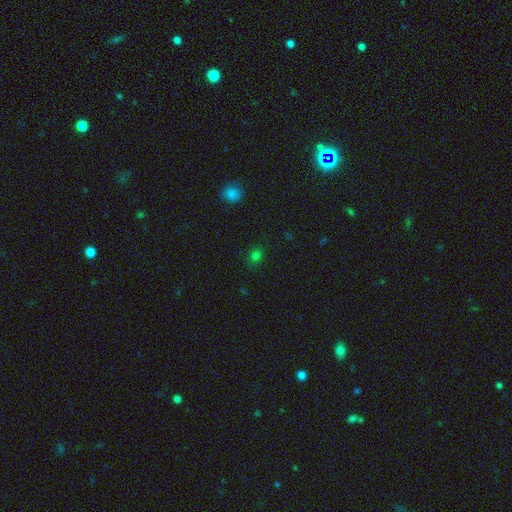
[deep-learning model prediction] The model was most divided on "how rounded": round: 72%, in between: 27%, cigar-shaped: 1%. More confident: merging — none (84%); smooth or featured — smooth (74%).